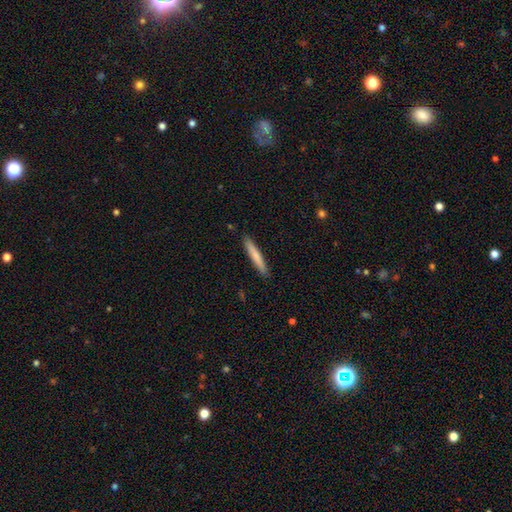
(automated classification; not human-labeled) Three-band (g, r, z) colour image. It shows a smooth galaxy with no disk features (72%) that is cigar-shaped (95%). Merging: none (90%).